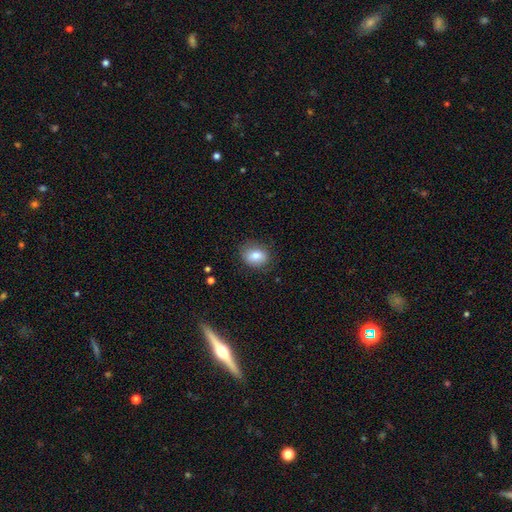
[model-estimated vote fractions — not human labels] Smooth or featured? smooth (78%)
How rounded? in between (61%)
Merging? none (80%)